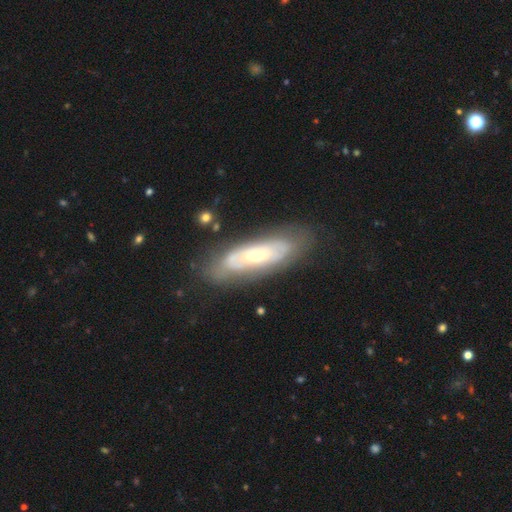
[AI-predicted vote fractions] Smooth or featured: featured or disk — 65% (smooth — 29%)
Edge-on disk: no — 79% (yes — 21%)
Bar: no — 76% (weak — 17%)
Spiral arms: no — 53% (yes — 47%)
Bulge size: moderate — 52% (small — 41%)
Merging: none — 76% (minor disturbance — 16%)